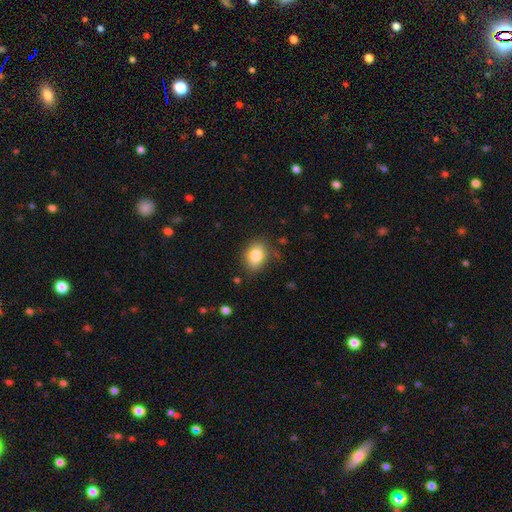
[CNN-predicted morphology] A smooth galaxy with no disk features (83%) that is in between round and cigar-shaped (68%). Merging: none (79%).